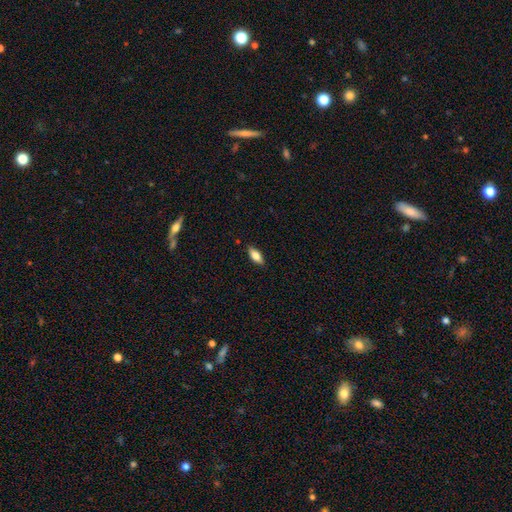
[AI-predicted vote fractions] Morphology: type=smooth (73%); roundness=in between (80%); merging=none (87%).